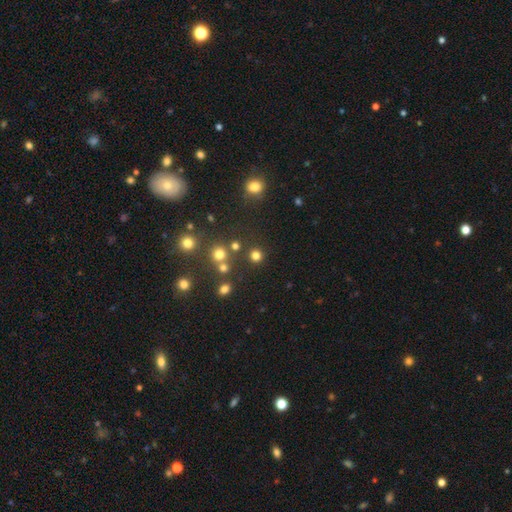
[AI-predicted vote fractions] Q: Smooth or featured?
A: smooth (75%); runner-up: star or artifact (20%)
Q: How rounded?
A: round (92%); runner-up: in between (7%)
Q: Merging?
A: none (84%); runner-up: merger (7%)